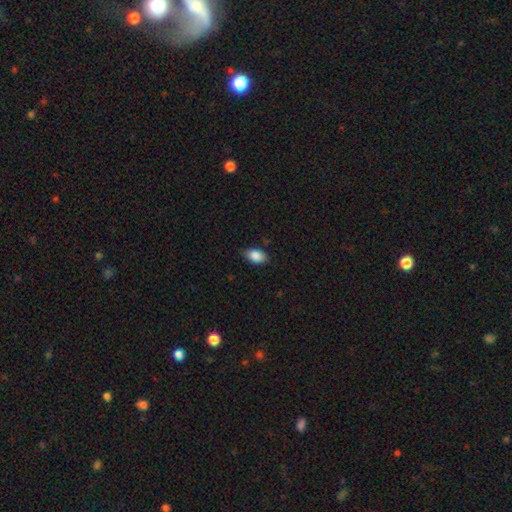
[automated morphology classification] Smooth or featured?
  - smooth: 88% *
  - star or artifact: 7%
  - featured or disk: 5%
How rounded?
  - in between: 89% *
  - round: 9%
  - cigar-shaped: 2%
Merging?
  - none: 79% *
  - minor disturbance: 18%
  - major disturbance: 3%
  - merger: 1%